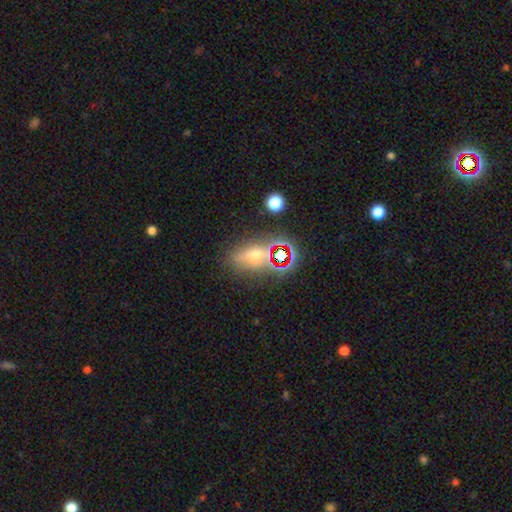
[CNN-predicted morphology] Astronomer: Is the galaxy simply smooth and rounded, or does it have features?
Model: smooth — 42% (runner-up: star or artifact, 34%).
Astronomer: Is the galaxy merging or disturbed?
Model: none — 67%.